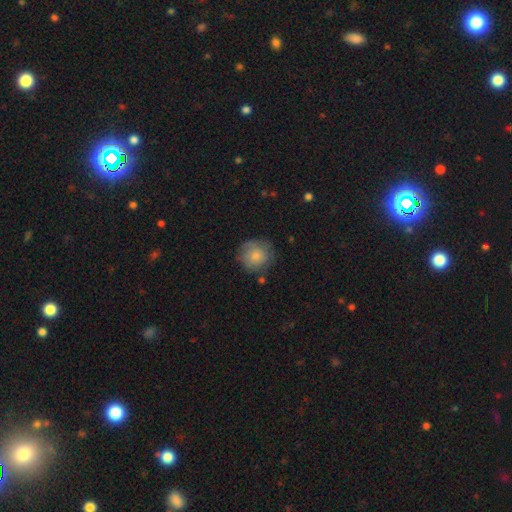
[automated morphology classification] smooth 75%, featured or disk 18%, star or artifact 7%. Down the decision tree: how rounded — round (90%); merging — none (71%).